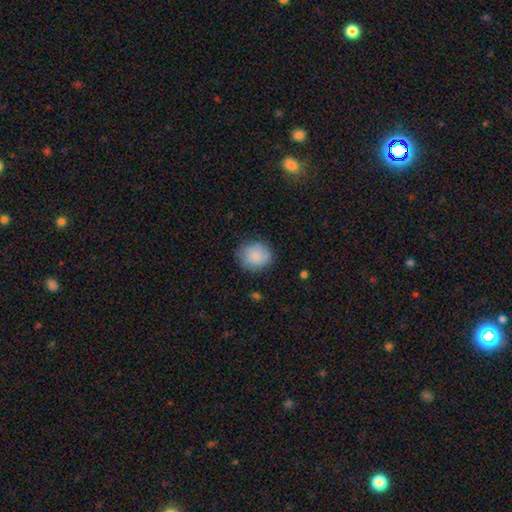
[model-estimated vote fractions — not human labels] Smooth or featured?
  - smooth: 86% *
  - star or artifact: 7%
  - featured or disk: 7%
How rounded?
  - round: 80% *
  - in between: 19%
  - cigar-shaped: 1%
Merging?
  - none: 80% *
  - minor disturbance: 15%
  - major disturbance: 4%
  - merger: 1%